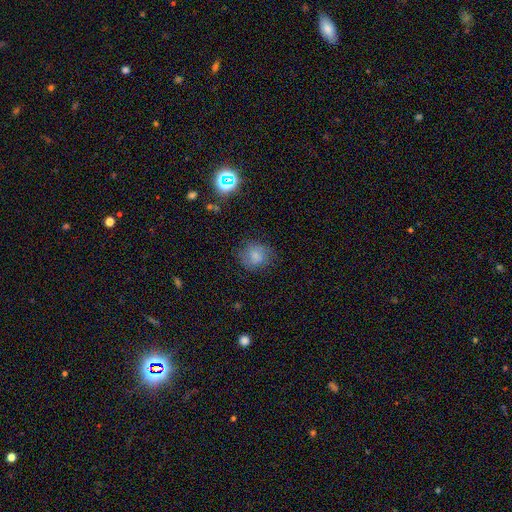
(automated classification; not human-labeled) smooth_or_featured: smooth (p=0.70) [alt: featured or disk p=0.19]
how_rounded: round (p=0.72) [alt: in between p=0.27]
merging: none (p=0.69) [alt: minor disturbance p=0.21]